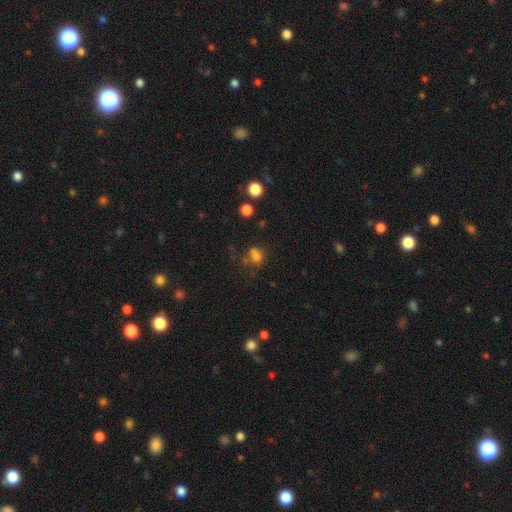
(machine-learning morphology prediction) Smooth or featured?
  - smooth: 69% *
  - star or artifact: 18%
  - featured or disk: 12%
How rounded?
  - round: 56% *
  - in between: 43%
  - cigar-shaped: 1%
Merging?
  - none: 45% *
  - merger: 27%
  - minor disturbance: 17%
  - major disturbance: 10%